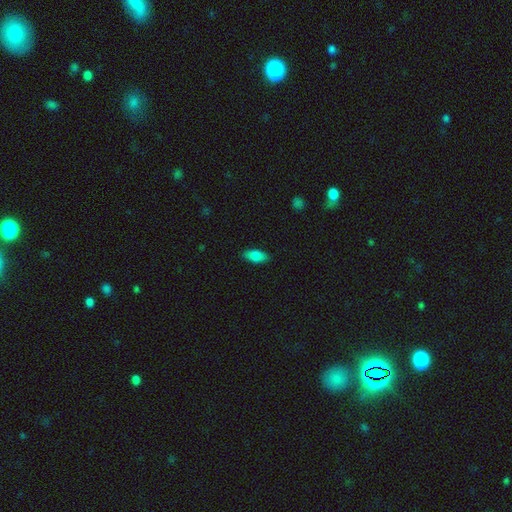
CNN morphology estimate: A smooth galaxy with no disk features (83%) that is in between round and cigar-shaped (87%). Merging: none (87%).